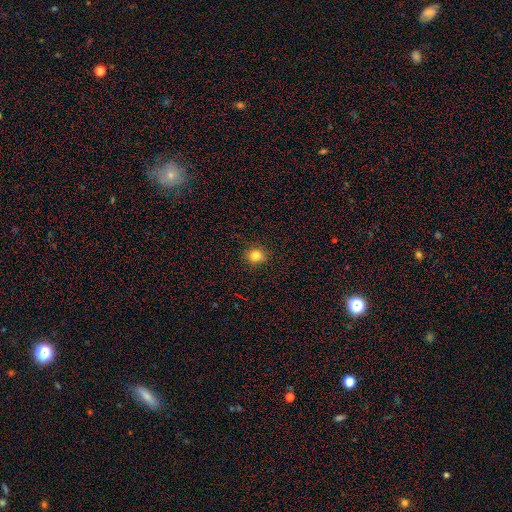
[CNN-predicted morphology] Smooth or featured? Predicted: smooth (p=0.81). How rounded? Predicted: round (p=0.78). Merging? Predicted: none (p=0.87).